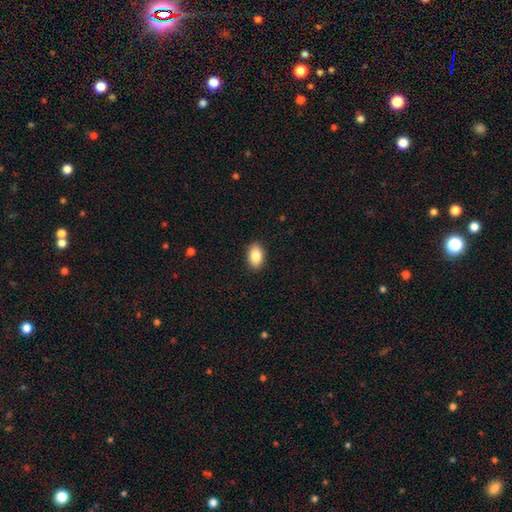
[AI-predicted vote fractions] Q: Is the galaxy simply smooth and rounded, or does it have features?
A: smooth — 85%.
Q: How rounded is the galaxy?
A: in between — 90%.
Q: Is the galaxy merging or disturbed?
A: none — 90%.